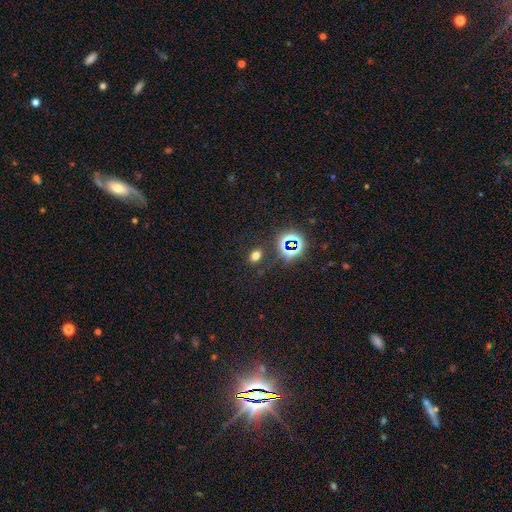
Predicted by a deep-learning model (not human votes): Overall: smooth (63%; star or artifact 29%). How rounded: in between (72%). Merging: none (84%).